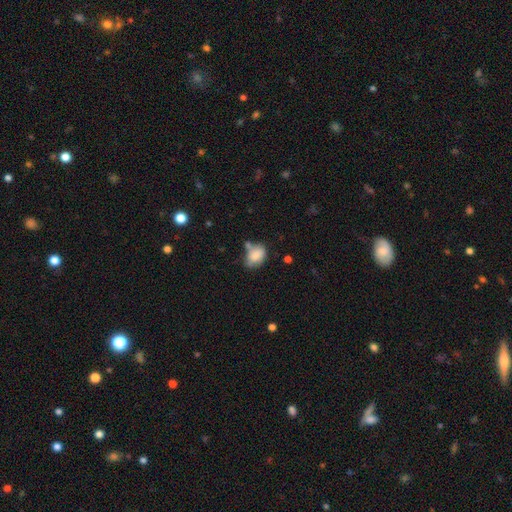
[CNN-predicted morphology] smooth 82%, featured or disk 10%, star or artifact 8%. Down the decision tree: how rounded — in between (77%); merging — none (48%).